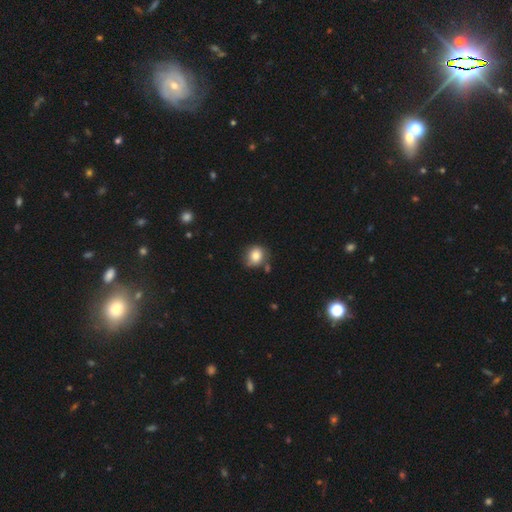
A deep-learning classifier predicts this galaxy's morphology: Overall: smooth (80%). How rounded: round (75%). Merging: none (67%).